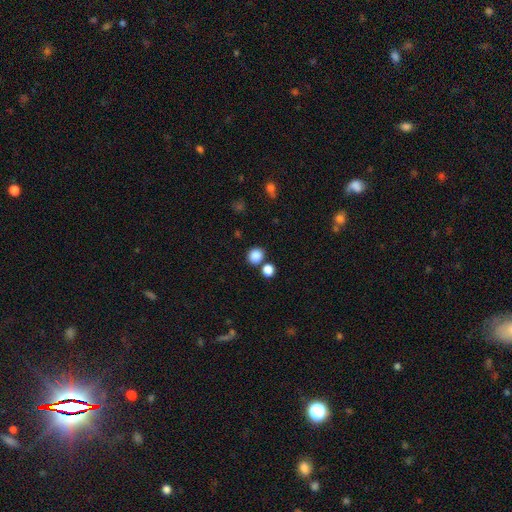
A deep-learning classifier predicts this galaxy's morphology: A smooth galaxy with no disk features (86%) that is round (82%).

Vote fractions:
- Smooth or featured? smooth: 86% / star or artifact: 11% / featured or disk: 4%
- How rounded? round: 82% / in between: 17% / cigar-shaped: 1%
- Merging? none: 74% / merger: 15% / minor disturbance: 8% / major disturbance: 3%